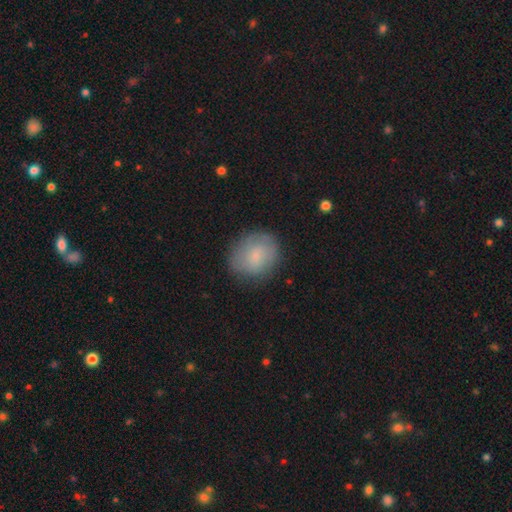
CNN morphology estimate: This is likely a smooth galaxy (75%). How rounded: likely round (70%). Merging: likely none (78%).